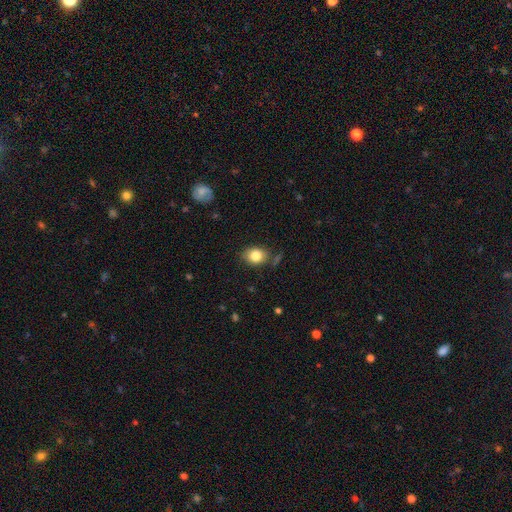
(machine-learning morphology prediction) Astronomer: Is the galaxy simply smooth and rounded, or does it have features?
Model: smooth — 84%.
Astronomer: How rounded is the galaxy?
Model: in between — 56% (runner-up: round, 43%).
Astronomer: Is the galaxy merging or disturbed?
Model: none — 76%.